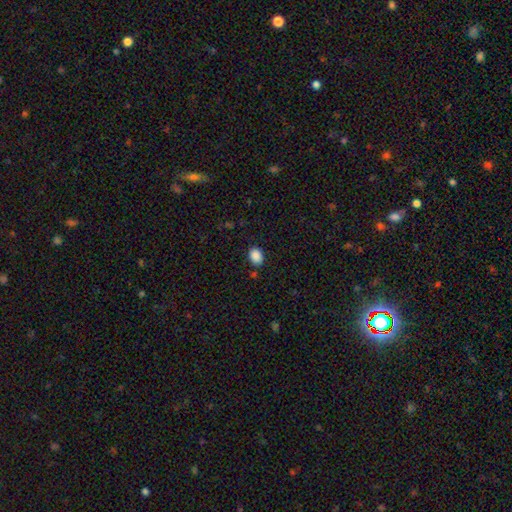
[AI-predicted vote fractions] Morphology: type=smooth (88%); roundness=in between (67%); merging=none (84%).